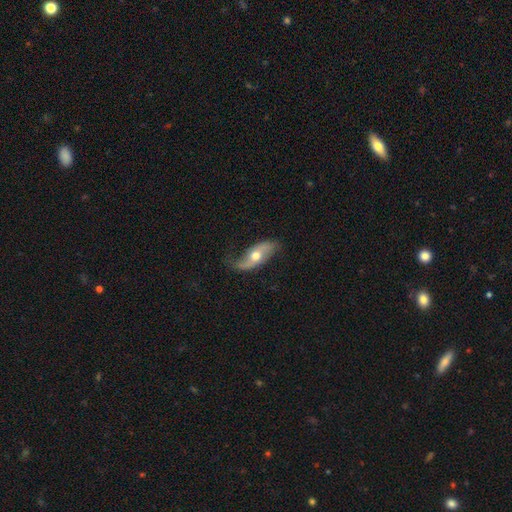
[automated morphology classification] A featured or disk galaxy (72%) with no bar (67%), 2 (86%) loose (78%) spiral arms (88%) and a moderate central bulge (76%).

Vote fractions:
- Smooth or featured? featured or disk: 72% / smooth: 22% / star or artifact: 6%
- Edge-on disk? no: 88% / yes: 12%
- Bar? no: 67% / weak: 24% / strong: 10%
- Spiral arms? yes: 88% / no: 12%
- Spiral winding? loose: 78% / medium: 16% / tight: 6%
- Spiral arm count? 2: 86% / 1: 7% / can't tell: 4% / 3: 1% / 4: 1% / more than 4: 1%
- Bulge size? moderate: 76% / small: 14% / large: 8% / dominant: 1% / none: 1%
- Merging? none: 63% / minor disturbance: 25% / major disturbance: 11% / merger: 2%